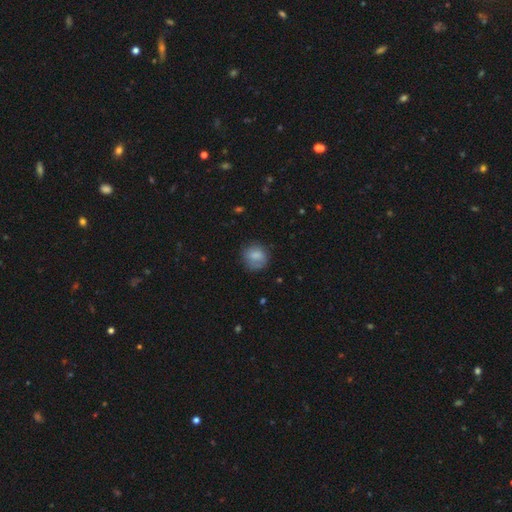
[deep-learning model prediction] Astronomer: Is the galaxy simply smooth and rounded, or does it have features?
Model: smooth — 79%.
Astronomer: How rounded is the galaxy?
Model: round — 82%.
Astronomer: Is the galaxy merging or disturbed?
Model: none — 69%.